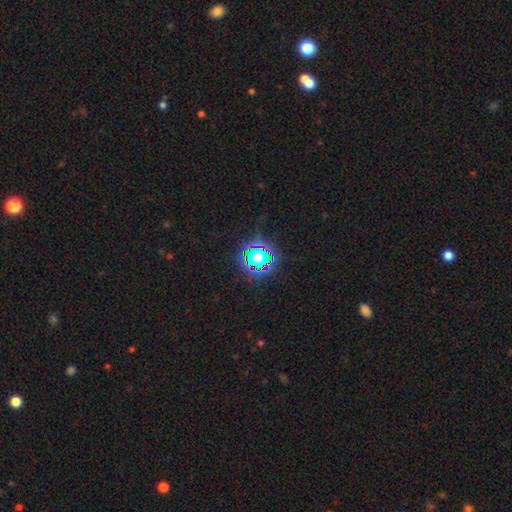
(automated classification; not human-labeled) This appears to be a star or artifact, not a galaxy (61%).